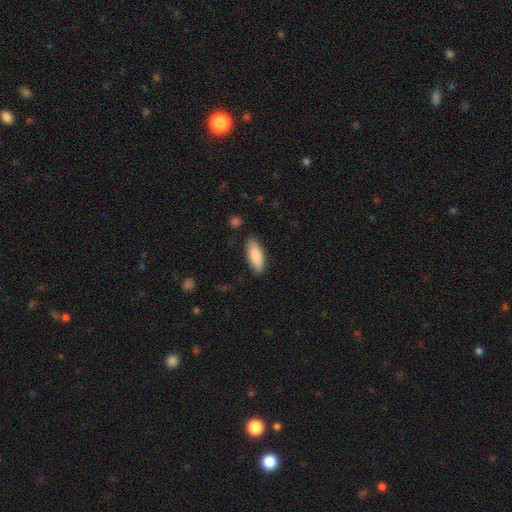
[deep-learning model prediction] Overall: smooth (86%). How rounded: in between (67%; cigar-shaped 31%). Merging: none (85%).